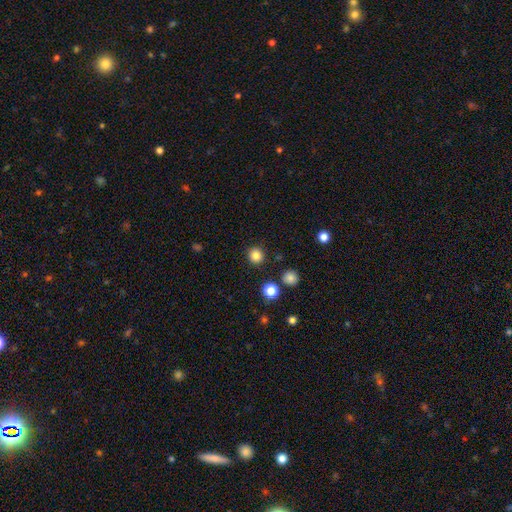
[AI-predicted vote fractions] This appears to be a smooth galaxy with no disk features (84%) that is round (93%). Merging: none (90%).